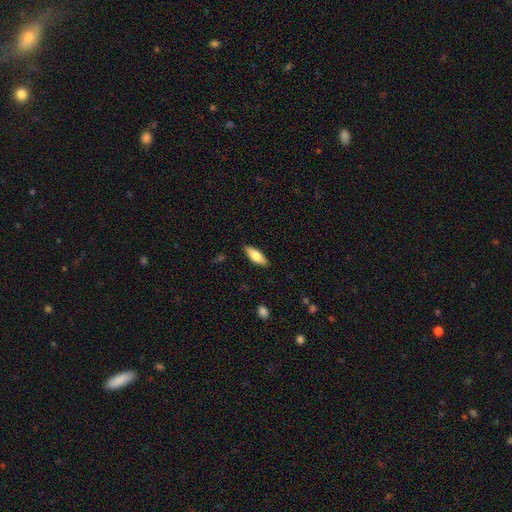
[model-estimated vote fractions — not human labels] Overall: smooth (71%). How rounded: in between (68%; cigar-shaped 30%). Merging: none (88%).